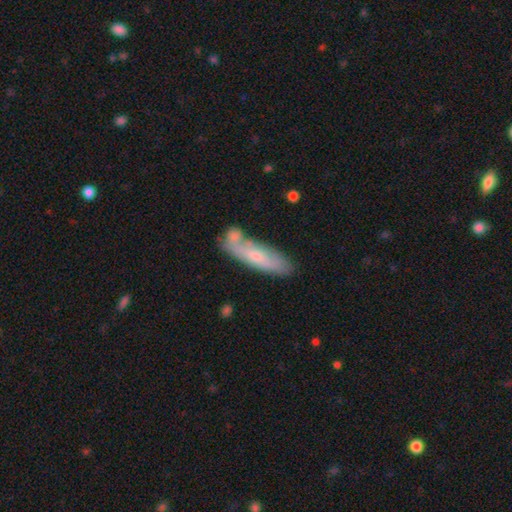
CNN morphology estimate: type=smooth (60%); roundness=cigar-shaped (64%); merging=none (53%).